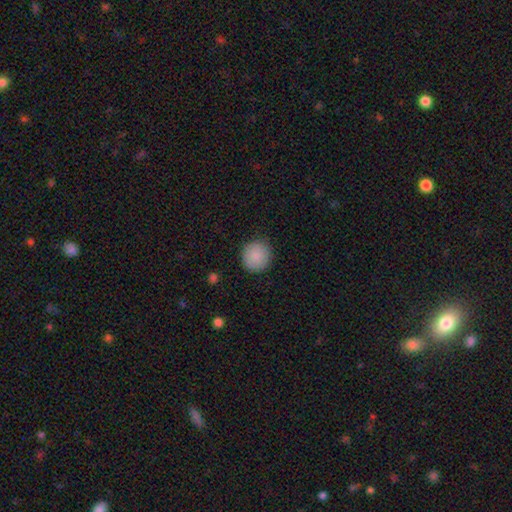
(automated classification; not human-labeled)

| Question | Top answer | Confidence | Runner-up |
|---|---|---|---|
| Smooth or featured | smooth | 89% | star or artifact (7%) |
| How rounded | round | 93% | in between (6%) |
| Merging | none | 89% | minor disturbance (8%) |